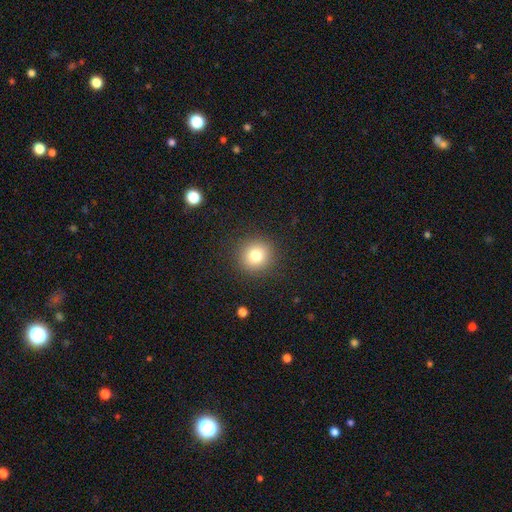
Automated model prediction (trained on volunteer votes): A smooth galaxy with no disk features (79%) that is round (93%).

Vote fractions:
- Smooth or featured? smooth: 79% / star or artifact: 12% / featured or disk: 9%
- How rounded? round: 93% / in between: 6% / cigar-shaped: 1%
- Merging? none: 91% / minor disturbance: 6% / major disturbance: 2% / merger: 1%